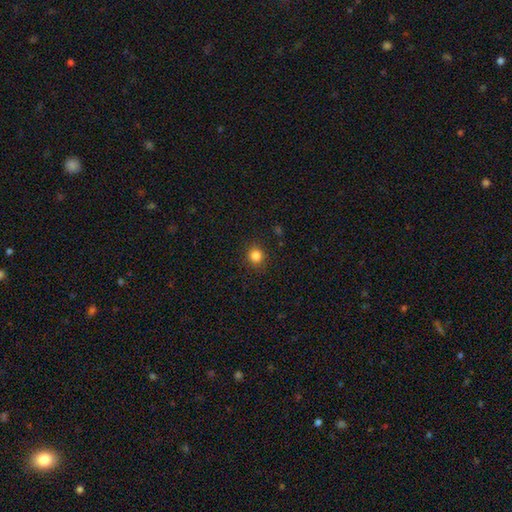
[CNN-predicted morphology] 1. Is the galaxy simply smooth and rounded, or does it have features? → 84% smooth, 12% star or artifact, 4% featured or disk.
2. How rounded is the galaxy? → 92% round, 7% in between, 1% cigar-shaped.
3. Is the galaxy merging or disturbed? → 90% none, 7% minor disturbance, 2% major disturbance, 1% merger.